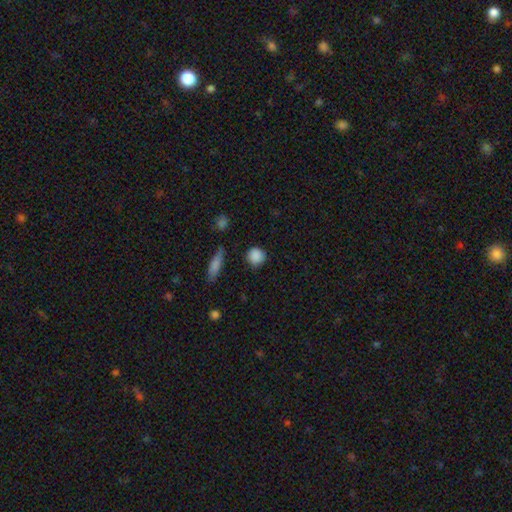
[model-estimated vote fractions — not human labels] A smooth galaxy with no disk features (86%) that is round (89%). Merging: none (84%).